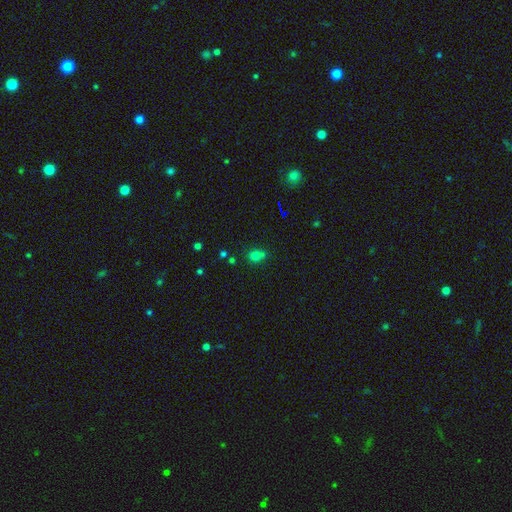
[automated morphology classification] type=smooth (71%); roundness=round (67%); merging=none (52%).